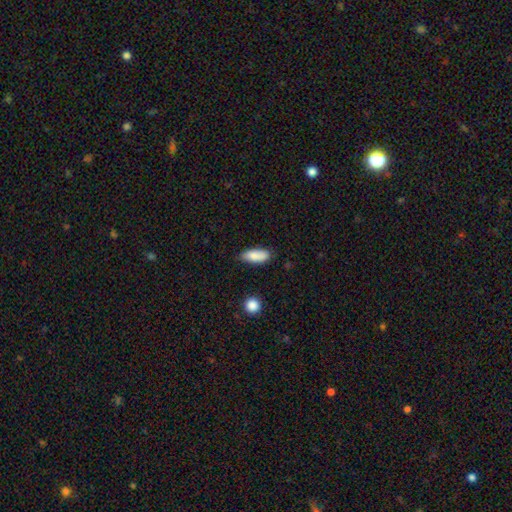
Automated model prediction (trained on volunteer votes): Smooth or featured? smooth (87%)
How rounded? in between (83%)
Merging? none (80%)